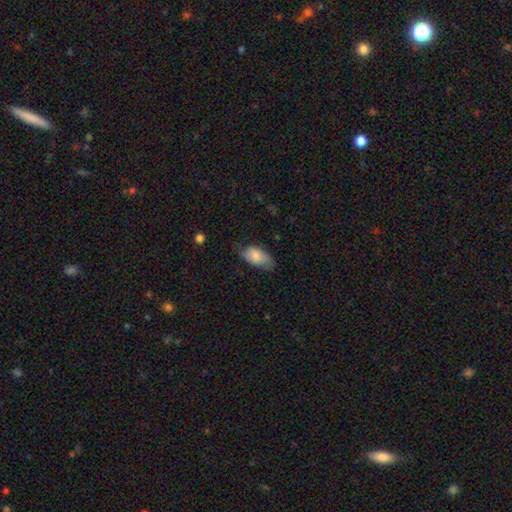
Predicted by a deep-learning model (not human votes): Smooth or featured? smooth (76%)
How rounded? in between (92%)
Merging? none (55%)